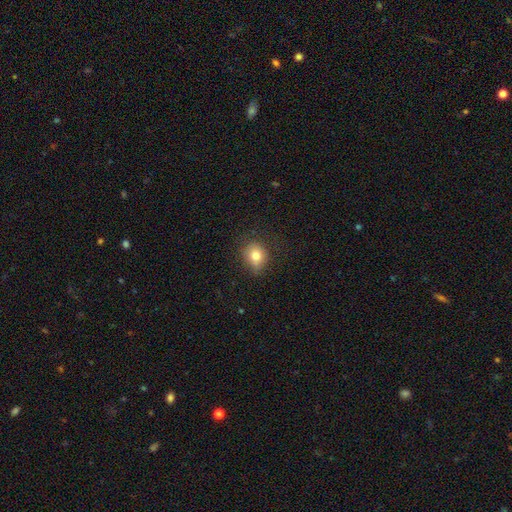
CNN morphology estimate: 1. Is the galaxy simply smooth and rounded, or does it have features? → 78% smooth, 11% star or artifact, 10% featured or disk.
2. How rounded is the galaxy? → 68% round, 31% in between, 1% cigar-shaped.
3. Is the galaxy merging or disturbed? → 66% none, 26% minor disturbance, 7% major disturbance, 2% merger.